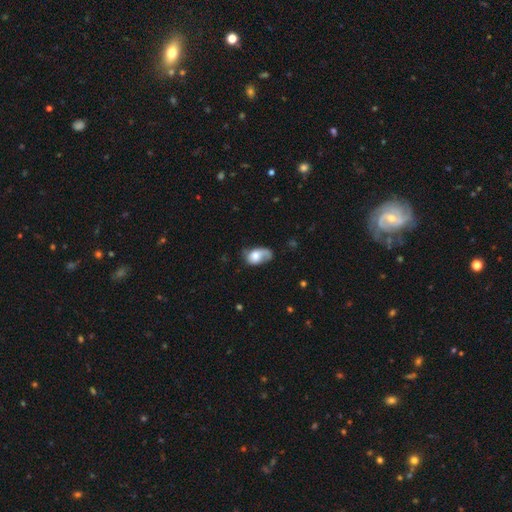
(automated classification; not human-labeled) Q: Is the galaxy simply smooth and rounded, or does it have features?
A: smooth — 57%.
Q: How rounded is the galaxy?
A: in between — 85%.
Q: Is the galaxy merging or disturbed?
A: minor disturbance — 32%, tied with none.